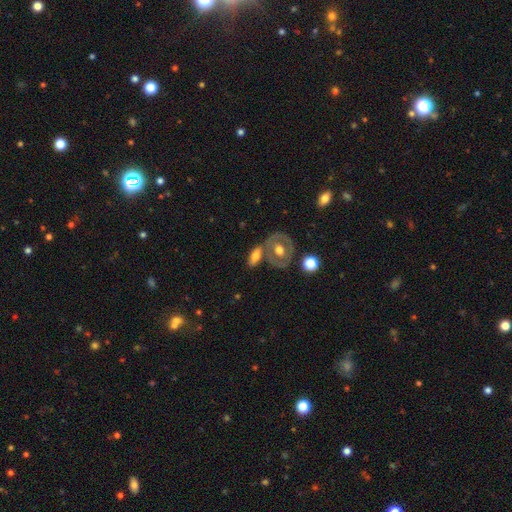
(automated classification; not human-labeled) A smooth galaxy with no disk features (52%) that is in between round and cigar-shaped (76%).

Vote fractions:
- Smooth or featured? smooth: 52% / featured or disk: 42% / star or artifact: 6%
- How rounded? in between: 76% / round: 16% / cigar-shaped: 7%
- Merging? none: 57% / merger: 25% / minor disturbance: 13% / major disturbance: 5%